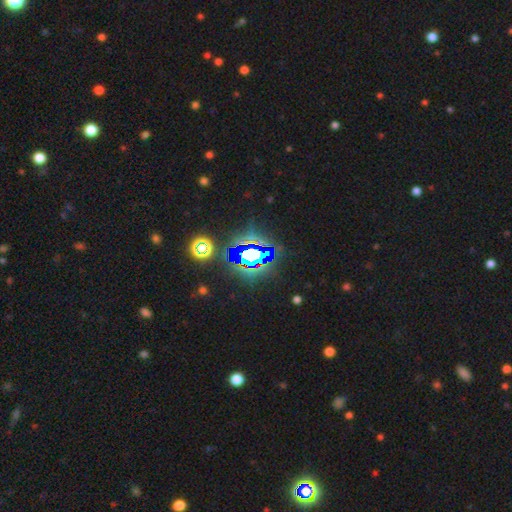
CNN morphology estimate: smooth_or_featured: star or artifact (p=0.73) [alt: smooth p=0.15]